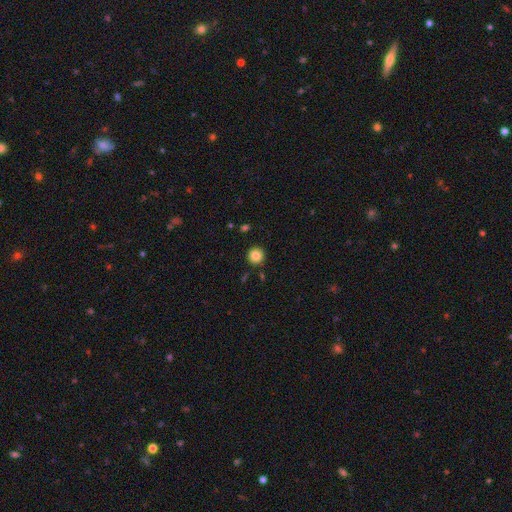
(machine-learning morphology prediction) A smooth galaxy with no disk features (86%) that is round (95%). Merging: none (90%).